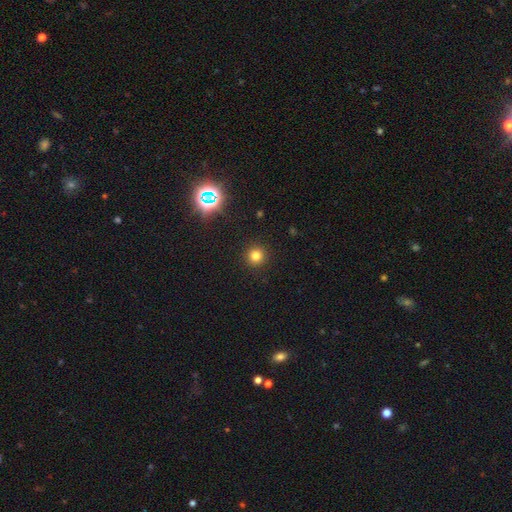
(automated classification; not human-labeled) This appears to be a smooth galaxy with no disk features (78%) that is round (94%). Merging: none (92%).